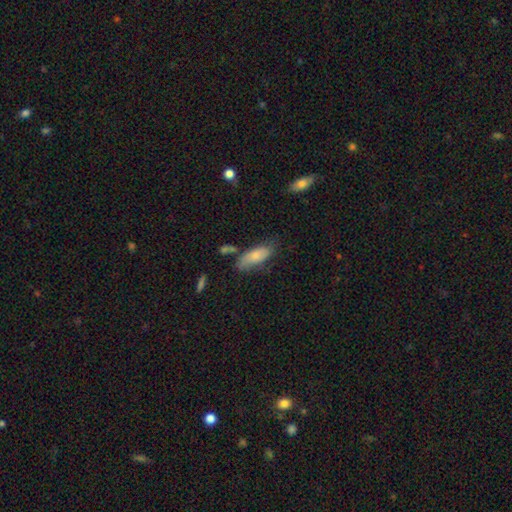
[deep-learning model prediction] This appears to be a smooth galaxy with no disk features (72%) that is in between round and cigar-shaped (83%). Merging: none (56%).